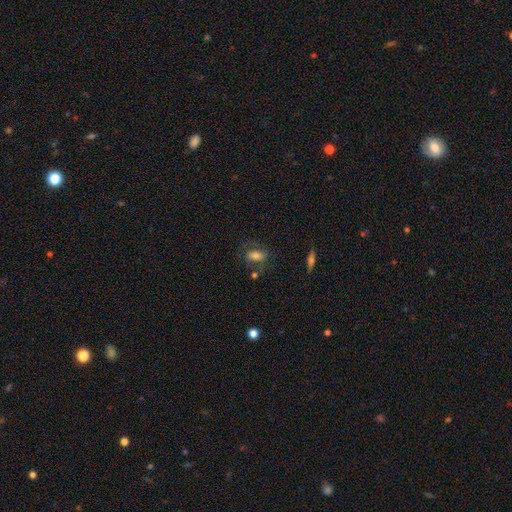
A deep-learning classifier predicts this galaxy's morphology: smooth_or_featured: smooth (p=0.57) [alt: featured or disk p=0.33]
how_rounded: in between (p=0.83) [alt: round p=0.12]
merging: none (p=0.58) [alt: minor disturbance p=0.20]